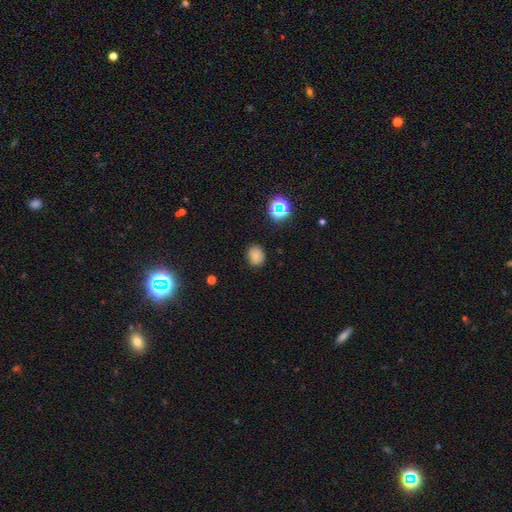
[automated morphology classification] A smooth galaxy with no disk features (75%) that is round (59%). Merging: none (83%).